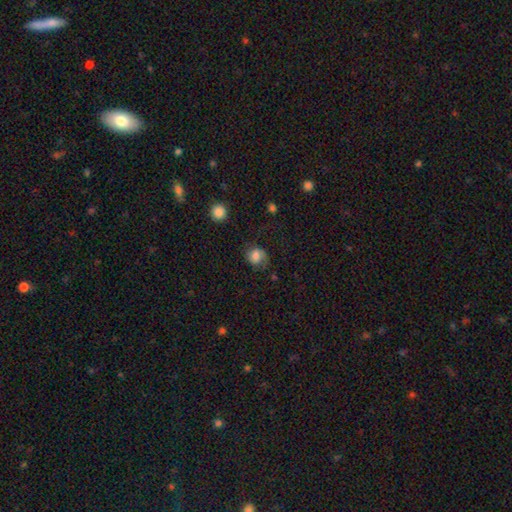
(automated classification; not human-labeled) Smooth or featured?
  - smooth: 70% *
  - featured or disk: 20%
  - star or artifact: 10%
How rounded?
  - round: 69% *
  - in between: 30%
  - cigar-shaped: 1%
Merging?
  - none: 60% *
  - minor disturbance: 25%
  - major disturbance: 14%
  - merger: 2%